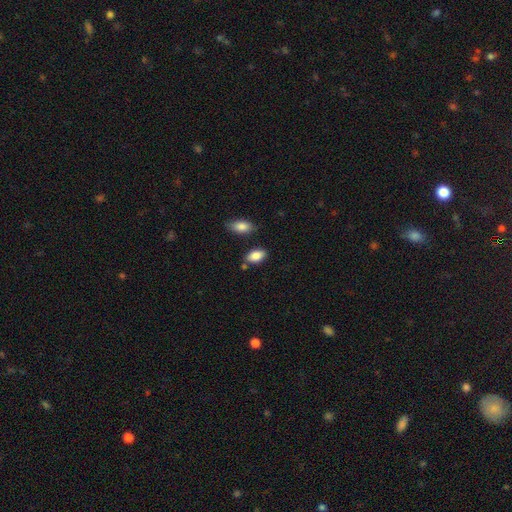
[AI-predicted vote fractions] A smooth galaxy with no disk features (86%) that is in between round and cigar-shaped (91%).

Vote fractions:
- Smooth or featured? smooth: 86% / star or artifact: 7% / featured or disk: 7%
- How rounded? in between: 91% / round: 6% / cigar-shaped: 3%
- Merging? none: 75% / minor disturbance: 14% / merger: 8% / major disturbance: 3%